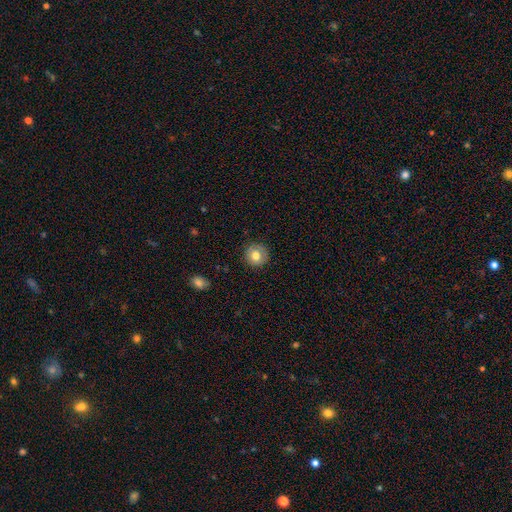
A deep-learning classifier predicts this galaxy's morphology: smooth_or_featured: smooth (p=0.76) [alt: featured or disk p=0.16]
how_rounded: round (p=0.92) [alt: in between p=0.07]
merging: none (p=0.88) [alt: minor disturbance p=0.09]